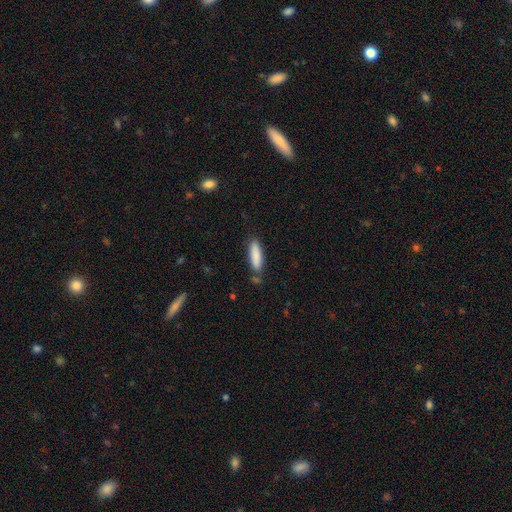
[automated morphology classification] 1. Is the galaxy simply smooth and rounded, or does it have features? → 88% smooth, 7% featured or disk, 6% star or artifact.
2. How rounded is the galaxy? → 64% cigar-shaped, 34% in between, 1% round.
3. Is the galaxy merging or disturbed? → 80% none, 13% minor disturbance, 5% merger, 3% major disturbance.